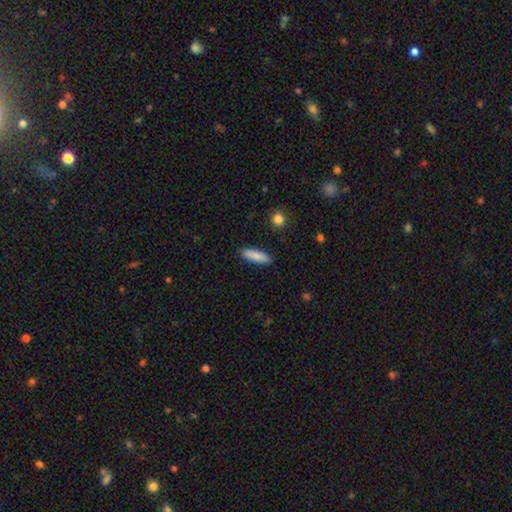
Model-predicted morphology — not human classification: This appears to be a smooth galaxy with no disk features (86%) that is cigar-shaped (55%). Merging: none (89%).